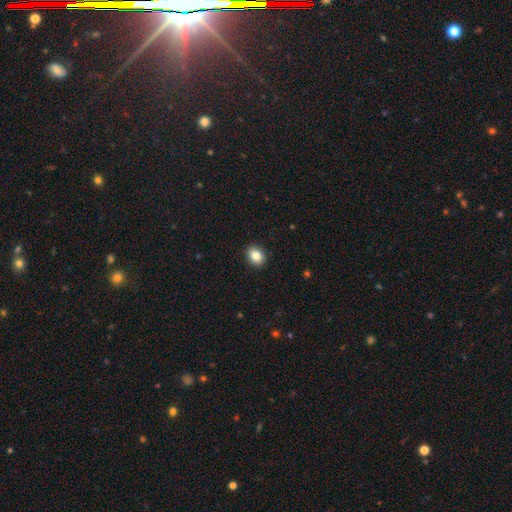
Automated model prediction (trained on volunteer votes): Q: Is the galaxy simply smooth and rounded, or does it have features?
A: smooth — 84%.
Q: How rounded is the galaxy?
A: in between — 57%.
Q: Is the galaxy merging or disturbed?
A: none — 91%.